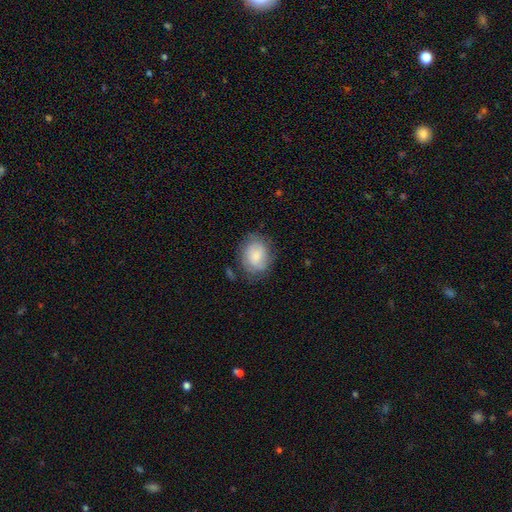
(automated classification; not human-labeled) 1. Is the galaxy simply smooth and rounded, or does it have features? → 76% smooth, 17% featured or disk, 7% star or artifact.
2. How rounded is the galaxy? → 50% round, 49% in between, 1% cigar-shaped.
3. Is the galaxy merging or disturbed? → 70% none, 21% minor disturbance, 7% major disturbance, 2% merger.